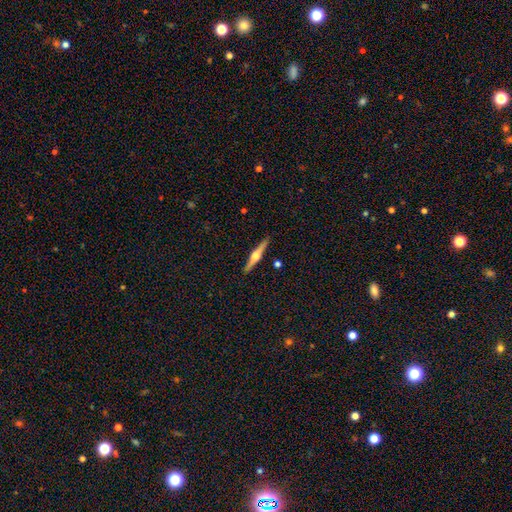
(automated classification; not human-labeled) The model was most divided on "smooth or featured": featured or disk: 73%, smooth: 22%, star or artifact: 5%. More confident: edge-on disk — yes (98%); edge-on bulge — rounded (94%); merging — none (90%).